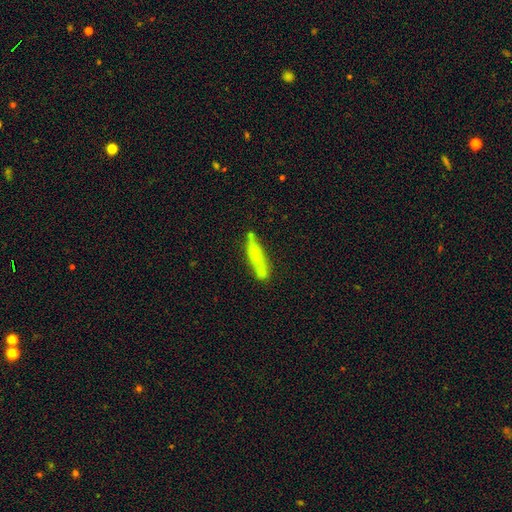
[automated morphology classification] Q: Smooth or featured?
A: smooth (59%); runner-up: featured or disk (34%)
Q: How rounded?
A: cigar-shaped (90%); runner-up: in between (8%)
Q: Merging?
A: none (65%); runner-up: minor disturbance (19%)